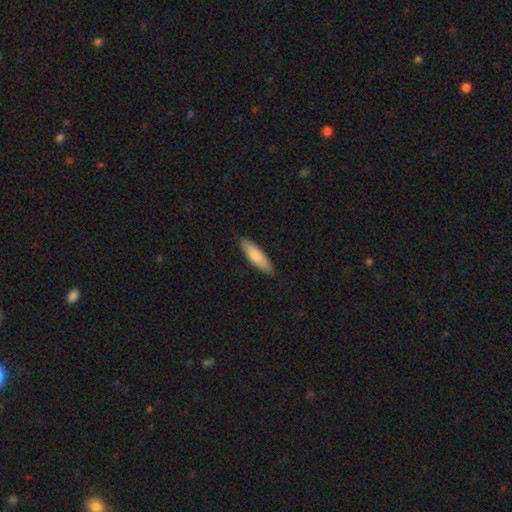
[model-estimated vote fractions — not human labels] smooth-or-featured: smooth: 83% | featured or disk: 12% | star or artifact: 5%
  how-rounded: cigar-shaped: 60% | in between: 39% | round: 1%
  merging: none: 86% | minor disturbance: 11% | major disturbance: 2% | merger: 1%